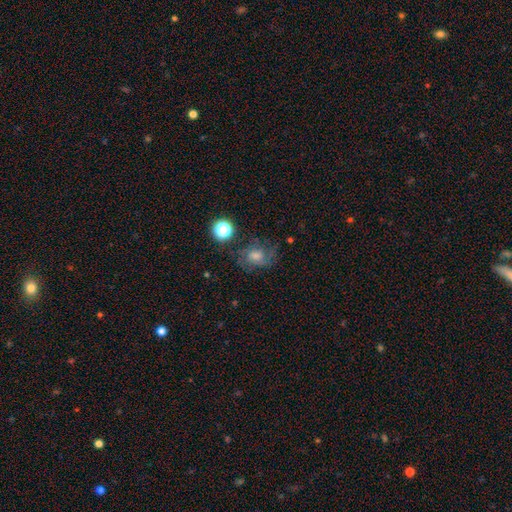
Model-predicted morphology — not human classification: Smooth or featured? featured or disk (45%)
Merging? none (63%)